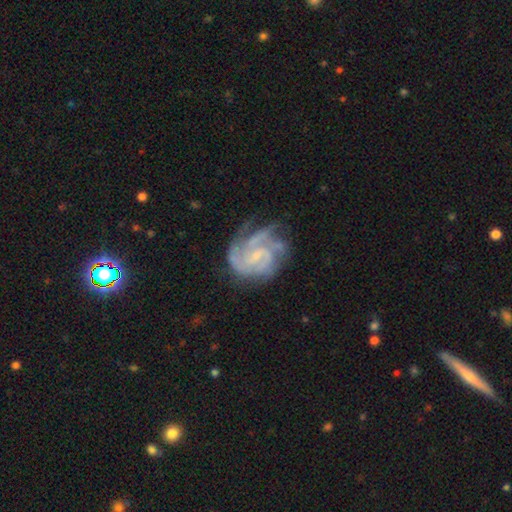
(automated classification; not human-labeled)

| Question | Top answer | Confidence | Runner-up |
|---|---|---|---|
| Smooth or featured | featured or disk | 87% | smooth (7%) |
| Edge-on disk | no | 98% | yes (2%) |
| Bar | weak | 46% | no (43%) |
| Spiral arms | yes | 97% | no (3%) |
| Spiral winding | tight | 54% | medium (38%) |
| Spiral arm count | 3 | 37% | can't tell (19%) |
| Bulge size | small | 64% | moderate (18%) |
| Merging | none | 59% | minor disturbance (23%) |